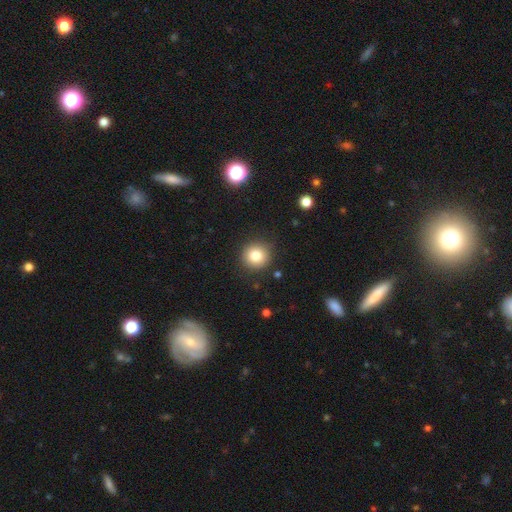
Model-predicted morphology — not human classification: smooth 82%, star or artifact 11%, featured or disk 7%. Down the decision tree: how rounded — round (93%); merging — none (89%).